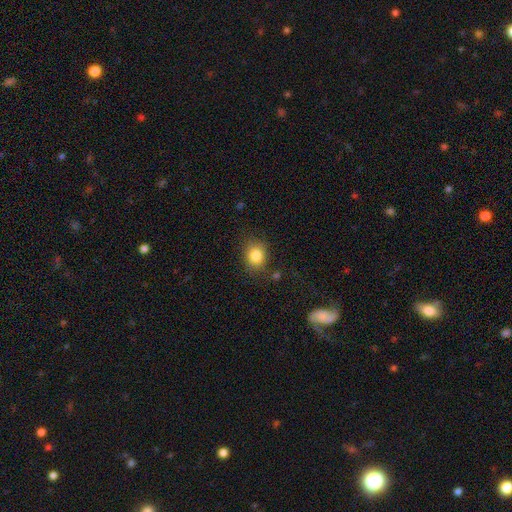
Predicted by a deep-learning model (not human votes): smooth 84%, star or artifact 10%, featured or disk 6%. Down the decision tree: how rounded — round (60%); merging — none (79%).